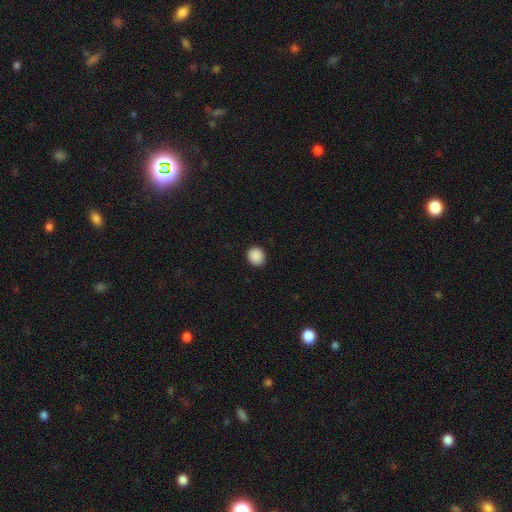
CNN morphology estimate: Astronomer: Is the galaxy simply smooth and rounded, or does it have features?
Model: smooth — 89%.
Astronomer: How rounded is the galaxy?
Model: round — 79%.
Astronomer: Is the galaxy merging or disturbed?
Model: none — 91%.